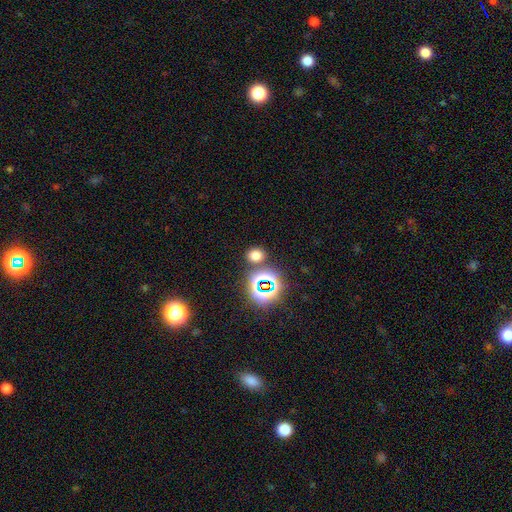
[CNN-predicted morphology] smooth_or_featured: smooth (p=0.66) [alt: star or artifact p=0.28]
how_rounded: round (p=0.65) [alt: in between p=0.34]
merging: none (p=0.79) [alt: merger p=0.10]